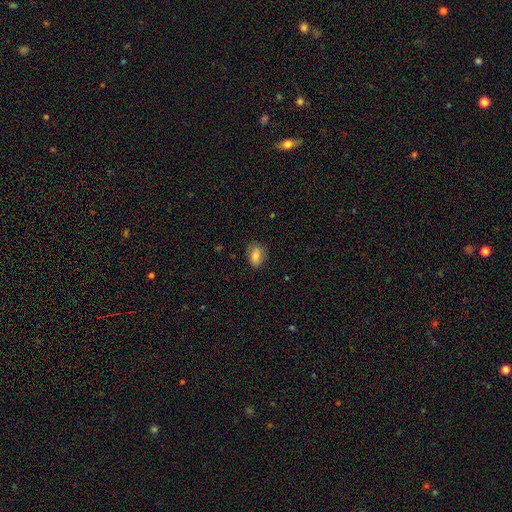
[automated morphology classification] smooth-or-featured: smooth: 80% | featured or disk: 12% | star or artifact: 8%
  how-rounded: in between: 79% | round: 19% | cigar-shaped: 2%
  merging: none: 80% | minor disturbance: 16% | major disturbance: 3% | merger: 1%